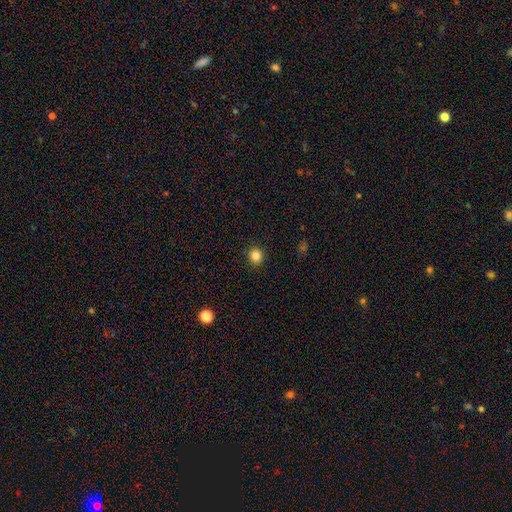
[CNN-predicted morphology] smooth_or_featured: smooth (p=0.84) [alt: star or artifact p=0.11]
how_rounded: round (p=0.83) [alt: in between p=0.16]
merging: none (p=0.91) [alt: minor disturbance p=0.06]